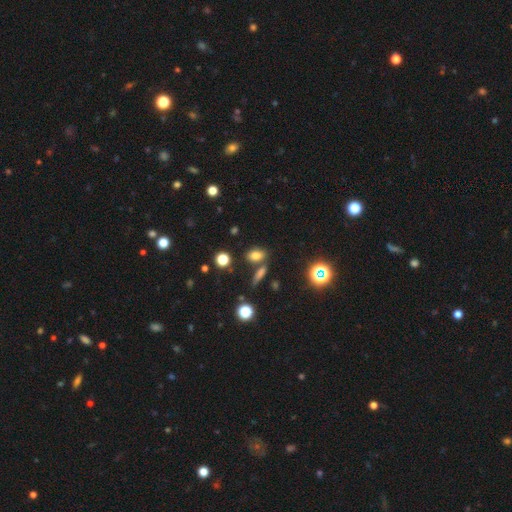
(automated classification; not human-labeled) smooth-or-featured: smooth: 76% | star or artifact: 15% | featured or disk: 9%
  how-rounded: in between: 75% | round: 20% | cigar-shaped: 5%
  merging: none: 72% | merger: 15% | minor disturbance: 10% | major disturbance: 4%